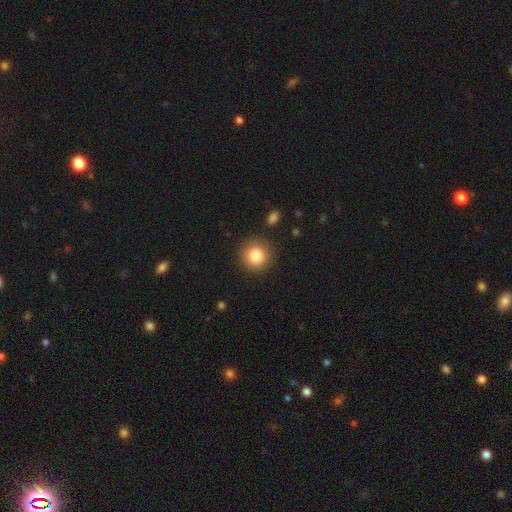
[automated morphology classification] A smooth galaxy with no disk features (87%) that is round (93%).

Vote fractions:
- Smooth or featured? smooth: 87% / star or artifact: 9% / featured or disk: 4%
- How rounded? round: 93% / in between: 6% / cigar-shaped: 1%
- Merging? none: 86% / minor disturbance: 9% / major disturbance: 4% / merger: 2%